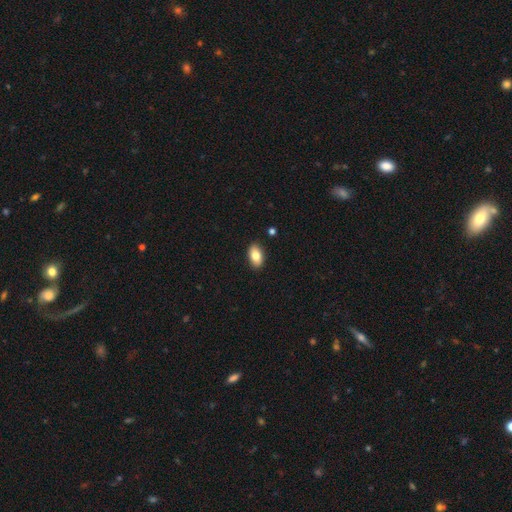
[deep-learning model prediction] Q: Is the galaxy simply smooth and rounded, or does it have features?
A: smooth — 82%.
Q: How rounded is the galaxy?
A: in between — 92%.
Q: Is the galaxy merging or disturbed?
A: none — 90%.